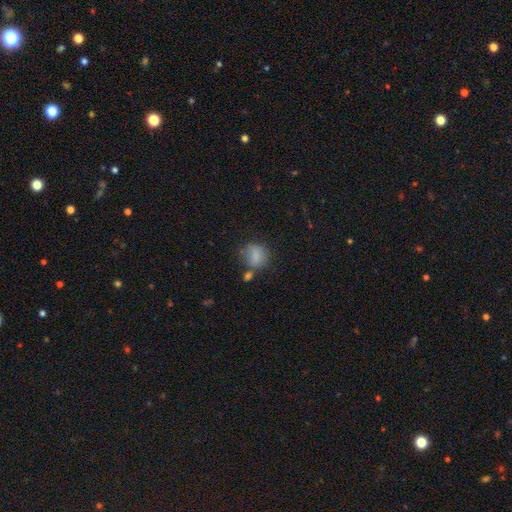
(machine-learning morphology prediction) A smooth galaxy with no disk features (80%) that is round (63%). Merging: none (54%).